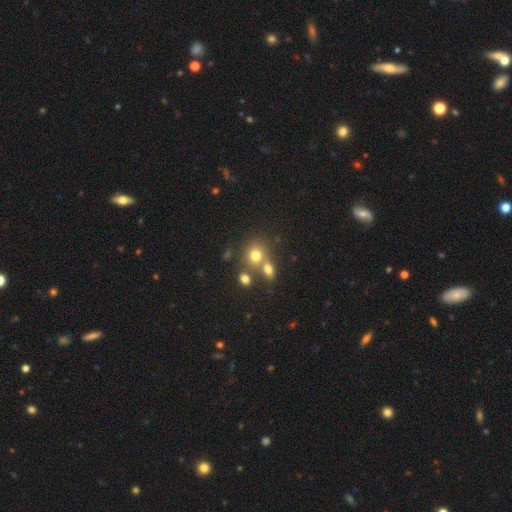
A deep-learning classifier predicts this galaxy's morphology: The model was most divided on "merging": none: 48%, merger: 39%, minor disturbance: 9%, major disturbance: 4%. More confident: how rounded — round (76%); smooth or featured — smooth (74%).